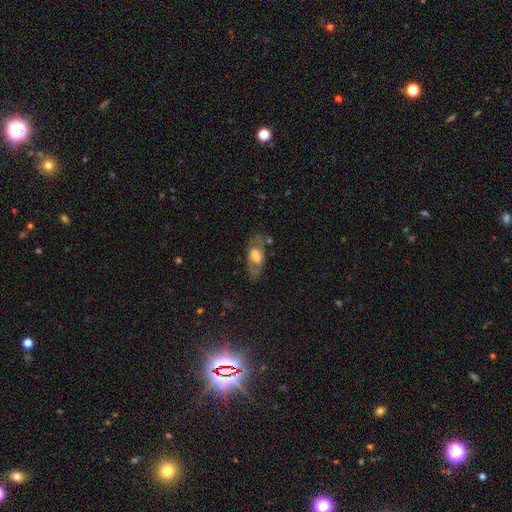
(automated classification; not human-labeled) featured or disk 48%, smooth 44%, star or artifact 7%. Down the decision tree: merging — none (62%).